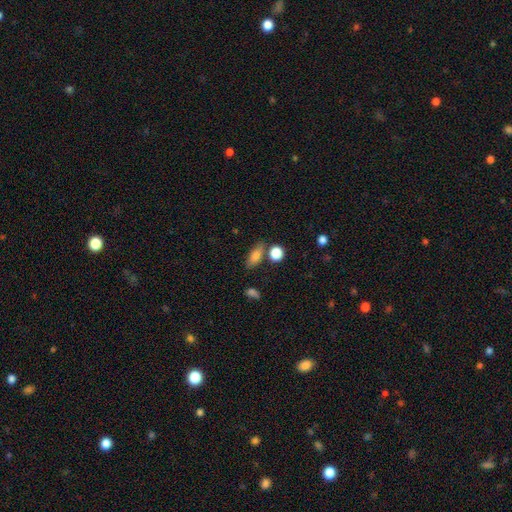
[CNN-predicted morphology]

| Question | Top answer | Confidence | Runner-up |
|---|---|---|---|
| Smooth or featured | smooth | 78% | featured or disk (11%) |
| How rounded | in between | 71% | cigar-shaped (17%) |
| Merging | none | 70% | minor disturbance (15%) |